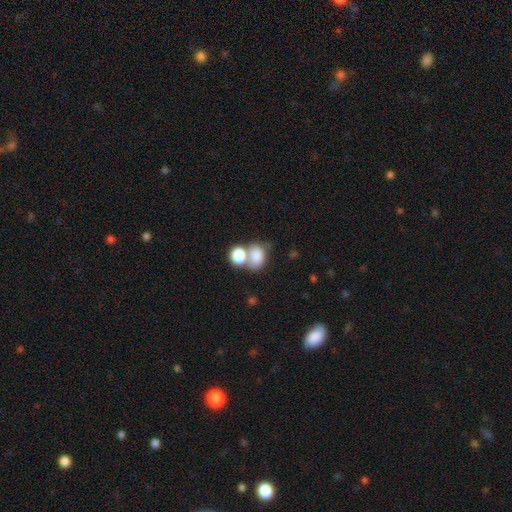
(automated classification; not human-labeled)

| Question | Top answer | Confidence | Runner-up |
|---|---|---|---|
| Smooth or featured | smooth | 80% | featured or disk (11%) |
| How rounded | in between | 67% | round (32%) |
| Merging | merger | 57% | none (28%) |